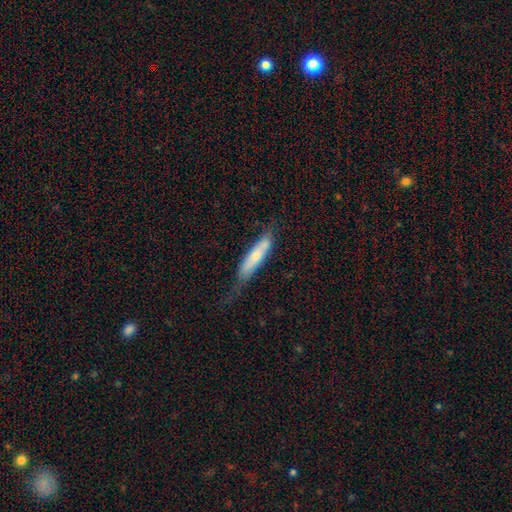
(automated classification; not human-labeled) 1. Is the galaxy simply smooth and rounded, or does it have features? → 48% featured or disk, 42% smooth, 10% star or artifact.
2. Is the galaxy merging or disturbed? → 54% none, 29% minor disturbance, 13% major disturbance, 4% merger.